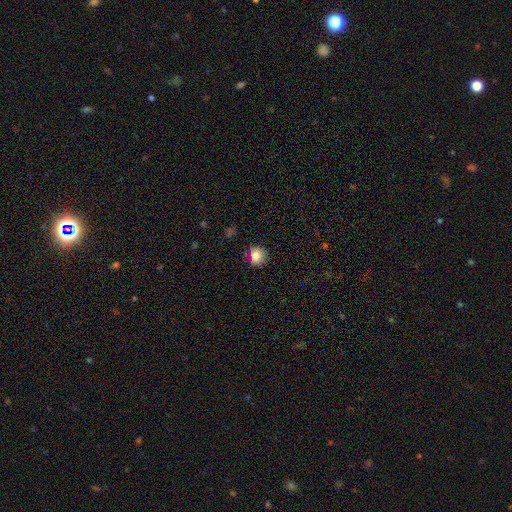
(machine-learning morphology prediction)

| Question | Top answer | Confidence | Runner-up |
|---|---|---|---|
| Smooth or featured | smooth | 83% | star or artifact (11%) |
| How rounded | round | 83% | in between (16%) |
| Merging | none | 81% | minor disturbance (14%) |